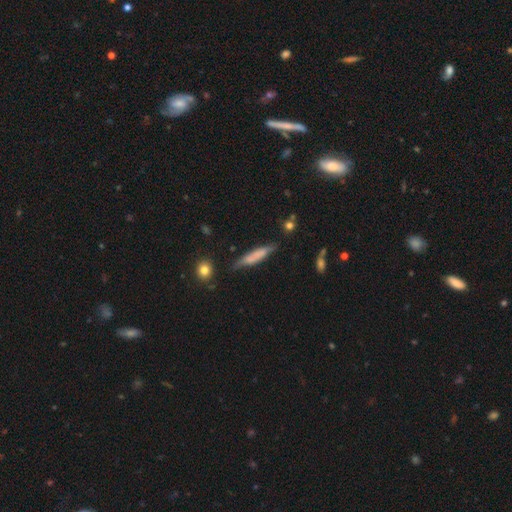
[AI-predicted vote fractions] Overall: smooth (61%; featured or disk 32%). How rounded: cigar-shaped (86%). Merging: none (71%).